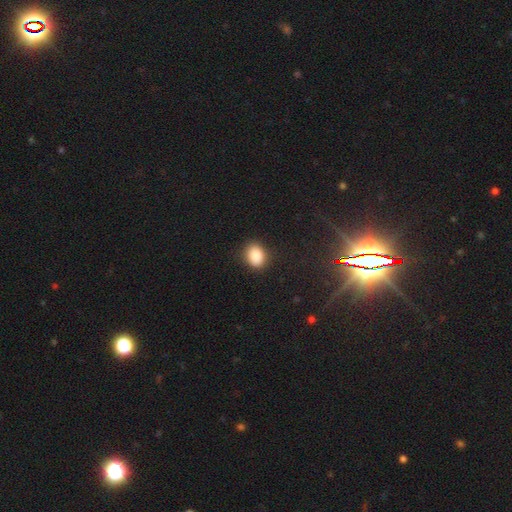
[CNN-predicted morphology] Smooth or featured: smooth — 88% (star or artifact — 8%)
How rounded: in between — 63% (round — 36%)
Merging: none — 86% (minor disturbance — 10%)